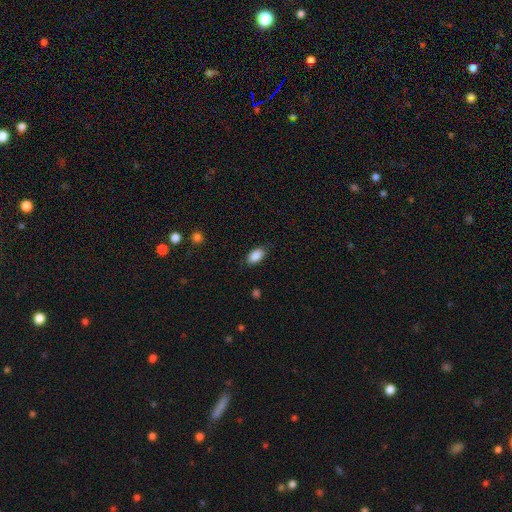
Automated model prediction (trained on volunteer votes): Morphology: type=smooth (89%); roundness=in between (92%); merging=none (83%).